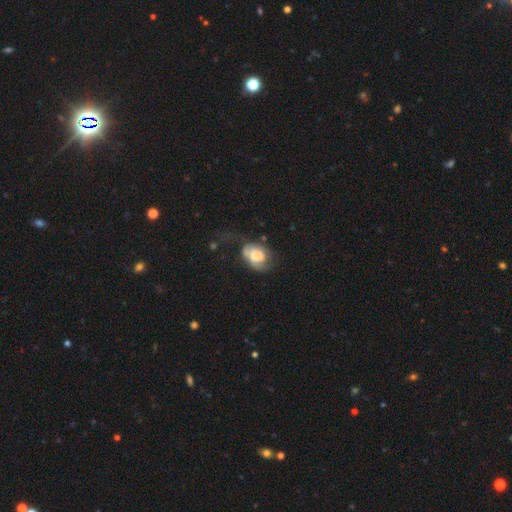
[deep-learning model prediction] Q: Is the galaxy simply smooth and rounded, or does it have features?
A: smooth — 57%.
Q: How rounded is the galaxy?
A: in between — 75%.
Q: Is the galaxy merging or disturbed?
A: major disturbance — 37%.